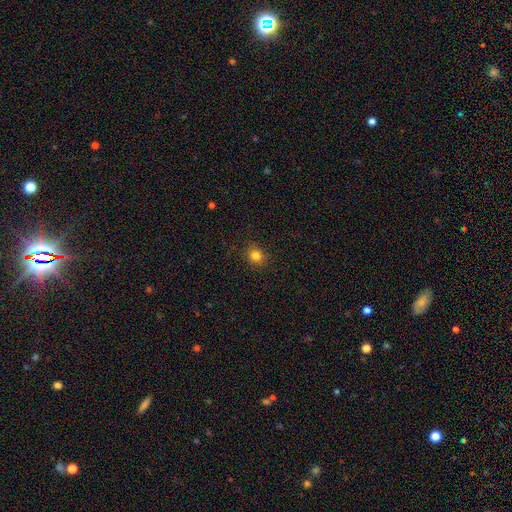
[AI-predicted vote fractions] A smooth galaxy with no disk features (82%) that is round (80%). Merging: none (89%).